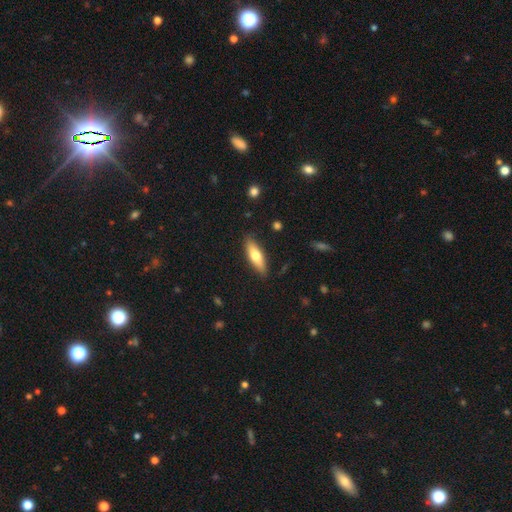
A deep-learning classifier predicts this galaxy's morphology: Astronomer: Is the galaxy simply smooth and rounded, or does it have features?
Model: smooth — 64%.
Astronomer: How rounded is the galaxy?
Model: cigar-shaped — 54% (runner-up: in between, 44%).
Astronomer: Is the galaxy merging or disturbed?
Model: none — 87%.